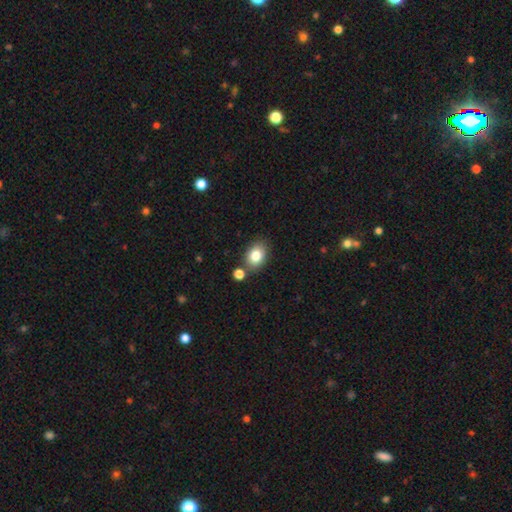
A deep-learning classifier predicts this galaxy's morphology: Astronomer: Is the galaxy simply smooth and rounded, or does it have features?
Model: smooth — 82%.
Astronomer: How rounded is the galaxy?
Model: in between — 69%.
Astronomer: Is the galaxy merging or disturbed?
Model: none — 76%.